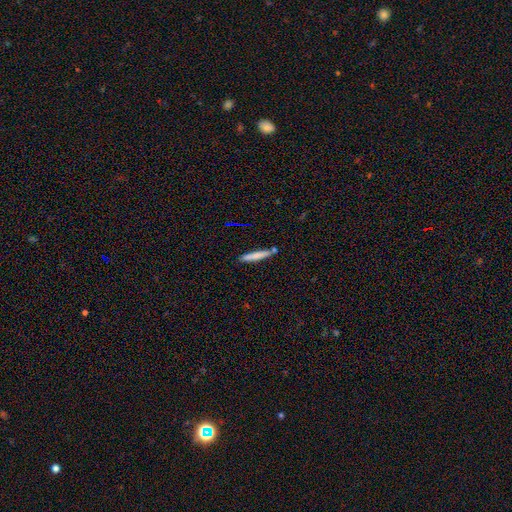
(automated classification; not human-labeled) smooth 74%, featured or disk 20%, star or artifact 6%. Down the decision tree: how rounded — cigar-shaped (94%); merging — none (81%).